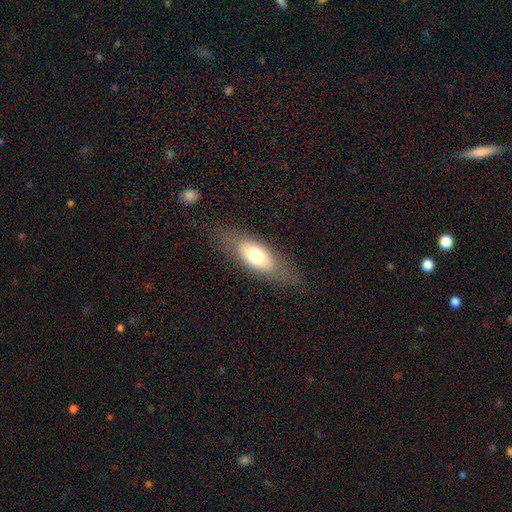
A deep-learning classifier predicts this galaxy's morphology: type=smooth (63%); roundness=in between (74%); merging=none (75%).